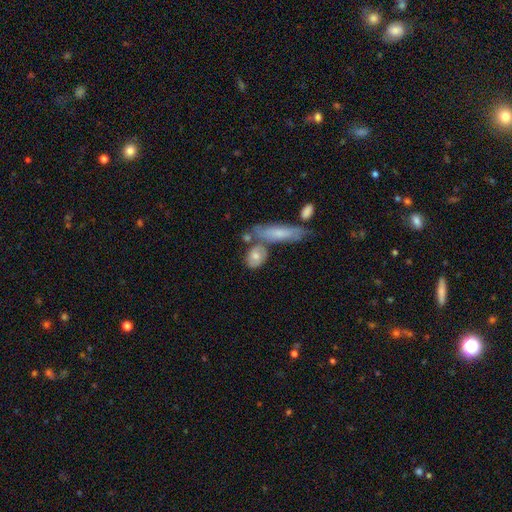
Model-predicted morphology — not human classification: This is likely a smooth galaxy (63%). How rounded: possibly in between (53%). Merging: possibly none (53%).